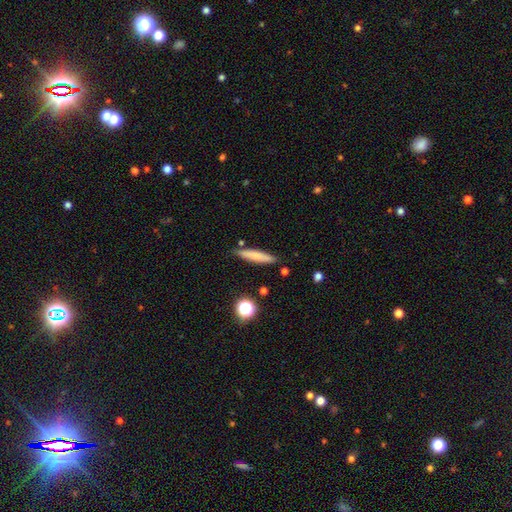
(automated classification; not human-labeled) Smooth or featured?
  - smooth: 72% *
  - featured or disk: 20%
  - star or artifact: 8%
How rounded?
  - cigar-shaped: 87% *
  - in between: 11%
  - round: 2%
Merging?
  - none: 84% *
  - minor disturbance: 11%
  - merger: 3%
  - major disturbance: 2%